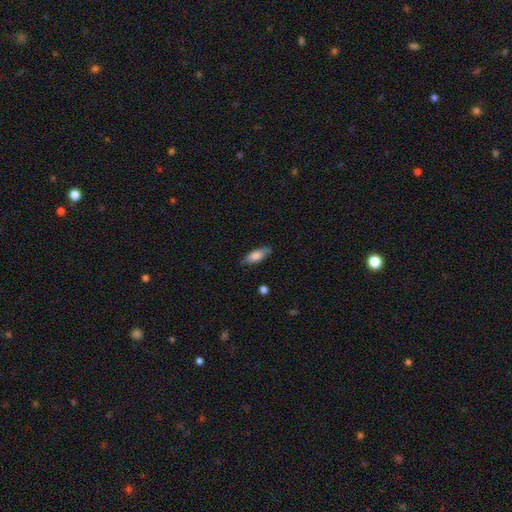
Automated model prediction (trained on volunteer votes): This is likely a smooth galaxy (75%). How rounded: likely in between (64%). Merging: clearly none (83%).